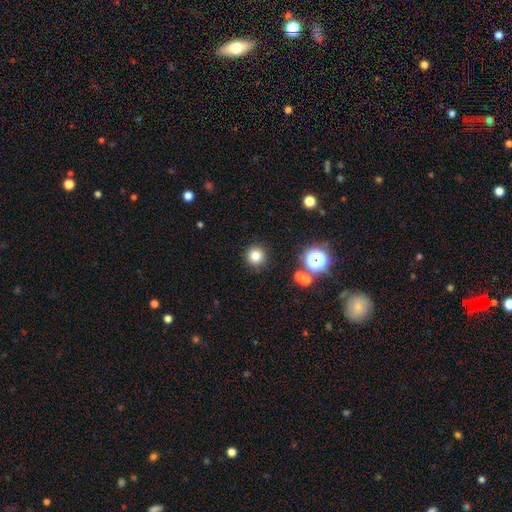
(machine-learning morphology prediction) Overall: smooth (80%). How rounded: round (95%). Merging: none (89%).